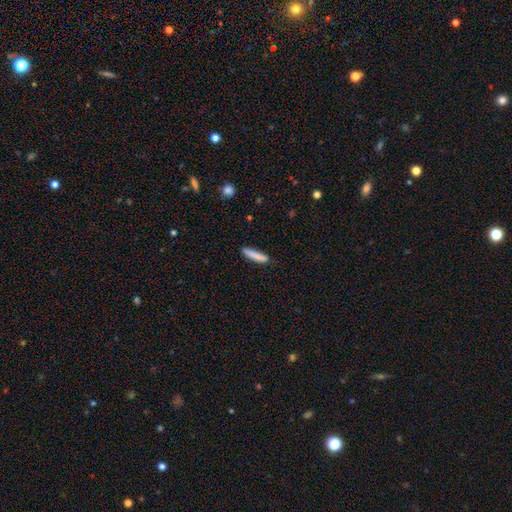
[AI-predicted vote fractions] Smooth or featured? Predicted: smooth (p=0.83). How rounded? Predicted: cigar-shaped (p=0.89). Merging? Predicted: none (p=0.85).